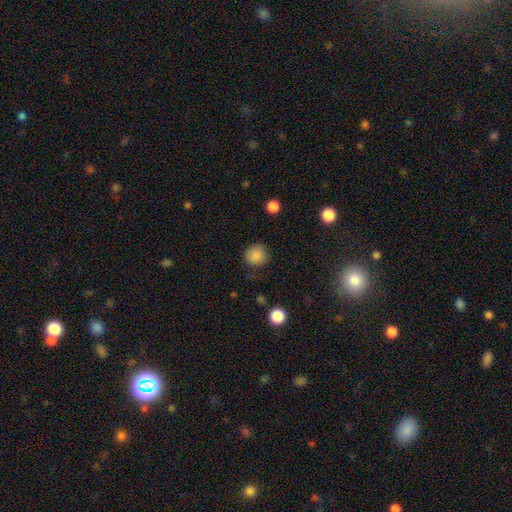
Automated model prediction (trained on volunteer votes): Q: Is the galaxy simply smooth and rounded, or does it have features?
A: smooth — 87%.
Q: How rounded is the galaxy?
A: round — 92%.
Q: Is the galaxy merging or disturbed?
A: none — 84%.